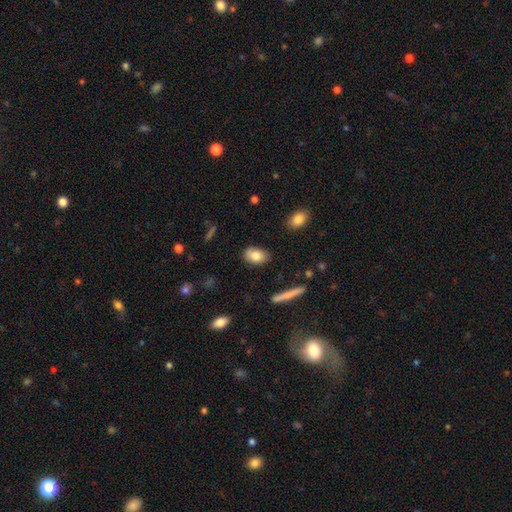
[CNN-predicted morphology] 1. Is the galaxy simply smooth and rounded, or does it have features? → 78% smooth, 15% featured or disk, 8% star or artifact.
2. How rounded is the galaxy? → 86% in between, 11% round, 3% cigar-shaped.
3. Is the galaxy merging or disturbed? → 78% none, 16% minor disturbance, 3% major disturbance, 3% merger.